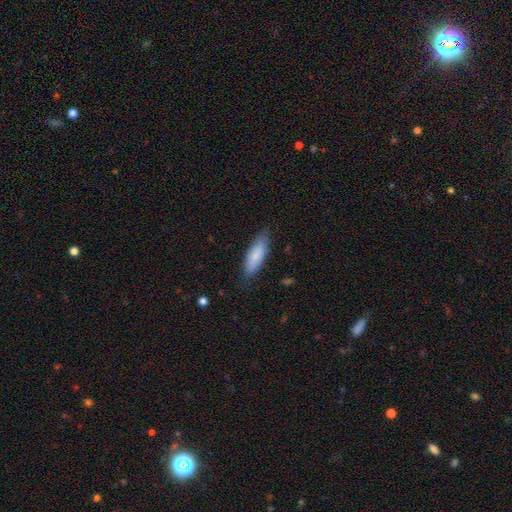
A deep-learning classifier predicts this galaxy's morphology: A smooth galaxy with no disk features (82%) that is in between round and cigar-shaped (55%).

Vote fractions:
- Smooth or featured? smooth: 82% / featured or disk: 13% / star or artifact: 6%
- How rounded? in between: 55% / cigar-shaped: 44% / round: 1%
- Merging? none: 79% / minor disturbance: 16% / major disturbance: 3% / merger: 1%